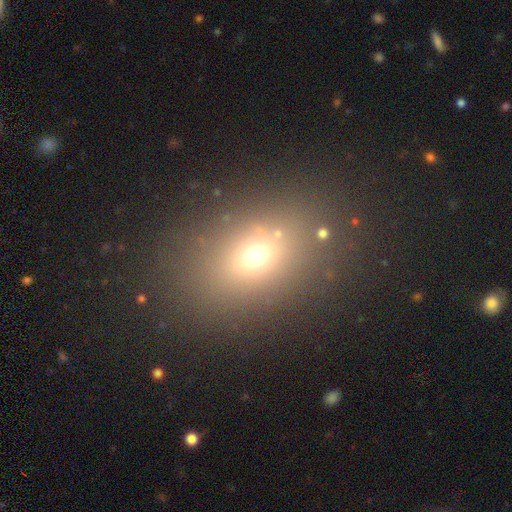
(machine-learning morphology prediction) The model was most divided on "how rounded": in between: 65%, round: 33%, cigar-shaped: 2%. More confident: merging — none (82%); smooth or featured — smooth (64%).